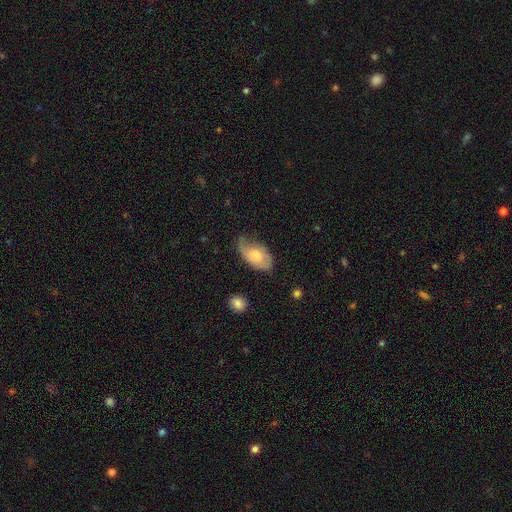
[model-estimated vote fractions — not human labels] Smooth or featured?
  - smooth: 54% *
  - featured or disk: 40%
  - star or artifact: 6%
How rounded?
  - in between: 92% *
  - round: 6%
  - cigar-shaped: 2%
Merging?
  - none: 42% *
  - minor disturbance: 39%
  - major disturbance: 17%
  - merger: 2%